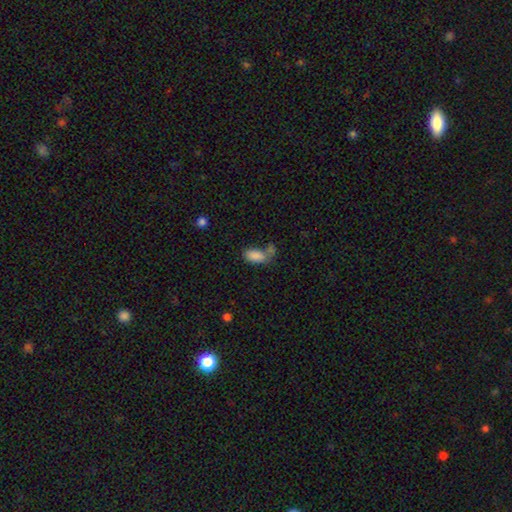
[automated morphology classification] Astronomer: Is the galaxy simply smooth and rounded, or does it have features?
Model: smooth — 85%.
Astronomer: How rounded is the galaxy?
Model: in between — 93%.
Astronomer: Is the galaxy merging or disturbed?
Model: none — 42% (runner-up: merger, 31%).